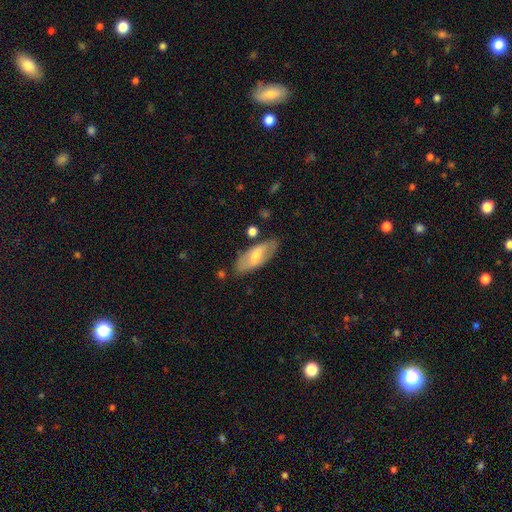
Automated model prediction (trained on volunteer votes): A smooth galaxy with no disk features (56%) that is in between round and cigar-shaped (80%).

Vote fractions:
- Smooth or featured? smooth: 56% / featured or disk: 38% / star or artifact: 6%
- How rounded? in between: 80% / cigar-shaped: 18% / round: 3%
- Merging? none: 76% / minor disturbance: 16% / major disturbance: 4% / merger: 3%